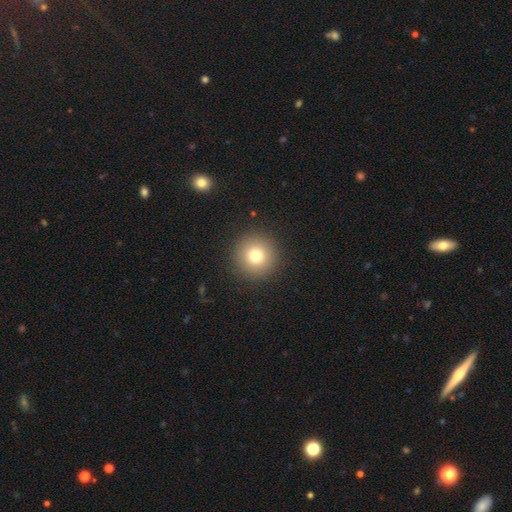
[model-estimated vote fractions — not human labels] smooth-or-featured: smooth: 77% | star or artifact: 13% | featured or disk: 10%
  how-rounded: round: 95% | in between: 4% | cigar-shaped: 1%
  merging: none: 92% | minor disturbance: 5% | major disturbance: 2% | merger: 1%